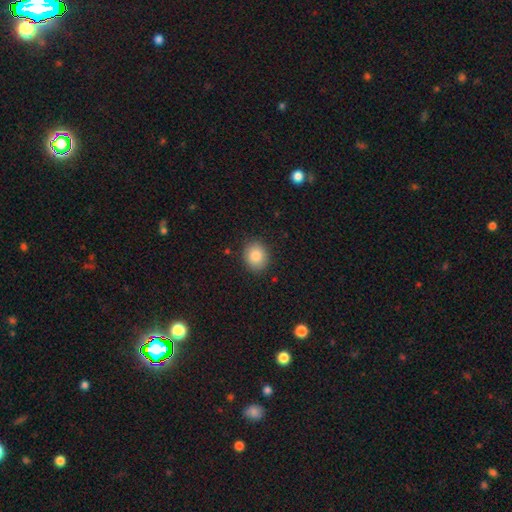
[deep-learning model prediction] Overall: smooth (85%). How rounded: round (70%). Merging: none (88%).